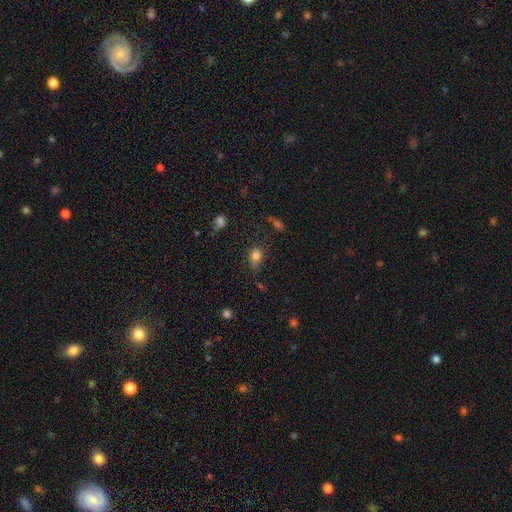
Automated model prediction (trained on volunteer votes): This is likely a smooth galaxy (80%). How rounded: likely in between (62%). Merging: possibly none (55%).